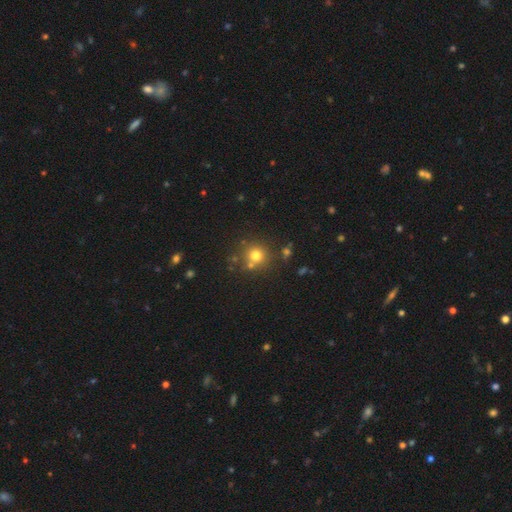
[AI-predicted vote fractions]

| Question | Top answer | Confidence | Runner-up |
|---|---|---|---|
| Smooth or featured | smooth | 74% | star or artifact (17%) |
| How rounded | round | 91% | in between (8%) |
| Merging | none | 74% | merger (14%) |